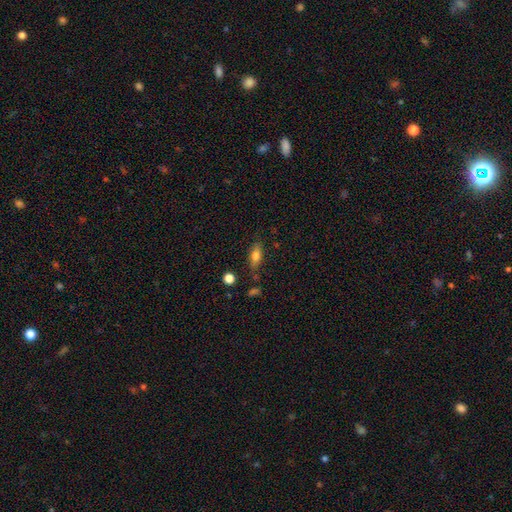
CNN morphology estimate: A smooth galaxy with no disk features (75%) that is in between round and cigar-shaped (75%). Merging: none (74%).